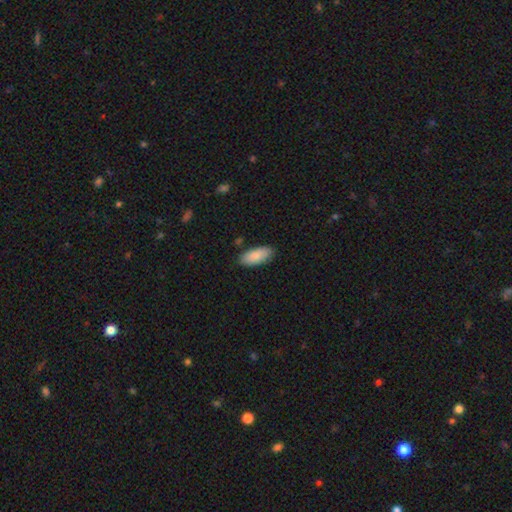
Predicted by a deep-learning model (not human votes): Overall: smooth (88%). How rounded: in between (87%). Merging: none (83%).